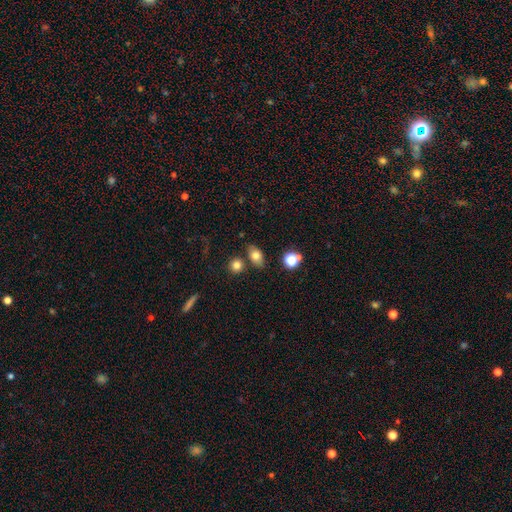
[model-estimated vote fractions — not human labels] This appears to be a smooth galaxy with no disk features (76%) that is in between round and cigar-shaped (77%). Merging: none (77%).